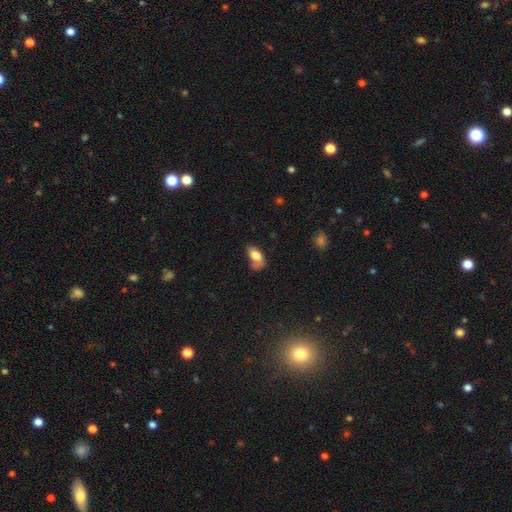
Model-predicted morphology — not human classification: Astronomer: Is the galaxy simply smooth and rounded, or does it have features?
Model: smooth — 76%.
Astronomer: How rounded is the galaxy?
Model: in between — 90%.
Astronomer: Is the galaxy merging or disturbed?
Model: none — 33% (runner-up: minor disturbance, 31%).